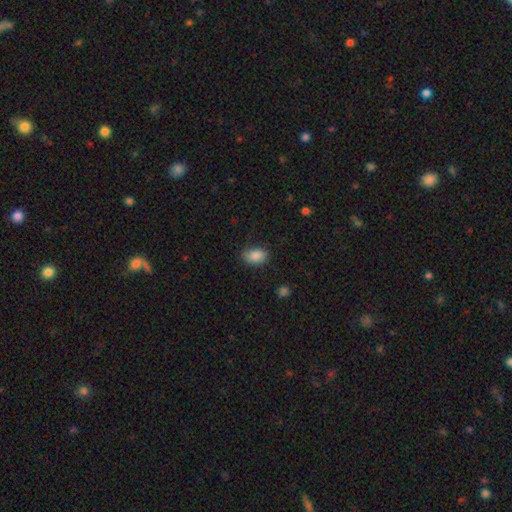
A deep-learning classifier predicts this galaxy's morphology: smooth_or_featured: smooth (p=0.86) [alt: star or artifact p=0.08]
how_rounded: in between (p=0.86) [alt: round p=0.12]
merging: none (p=0.82) [alt: minor disturbance p=0.14]